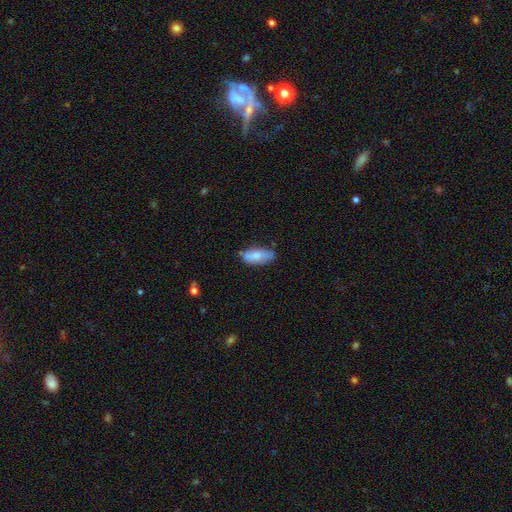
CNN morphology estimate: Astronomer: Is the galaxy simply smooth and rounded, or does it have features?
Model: smooth — 76%.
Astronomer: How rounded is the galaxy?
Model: in between — 81%.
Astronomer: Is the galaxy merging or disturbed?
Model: none — 61%.